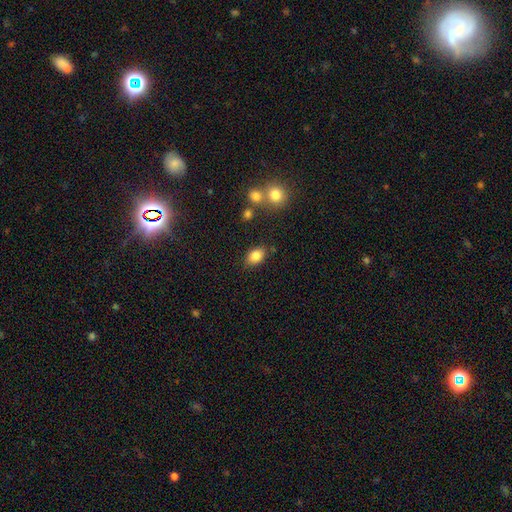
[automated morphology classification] Overall: smooth (85%). How rounded: in between (83%). Merging: none (80%).